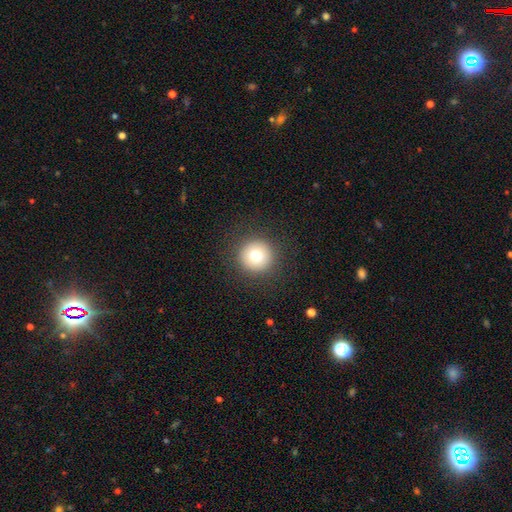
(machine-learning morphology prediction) type=smooth (75%); roundness=round (96%); merging=none (91%).